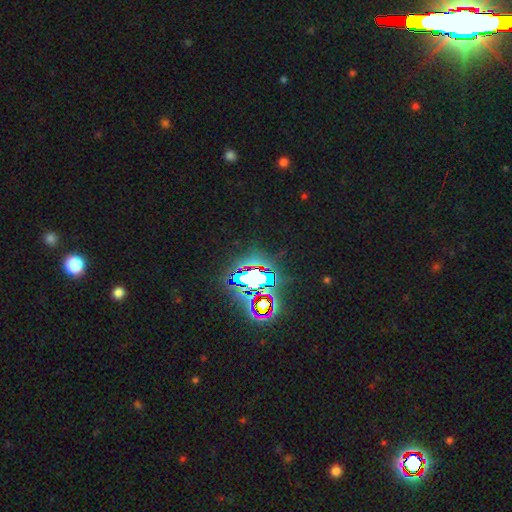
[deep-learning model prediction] Smooth or featured: star or artifact — 82% (smooth — 10%)